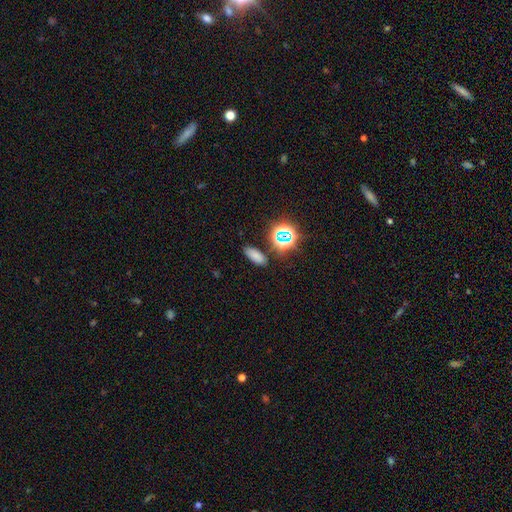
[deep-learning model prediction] Smooth or featured? Predicted: smooth (p=0.70). How rounded? Predicted: in between (p=0.79). Merging? Predicted: none (p=0.82).